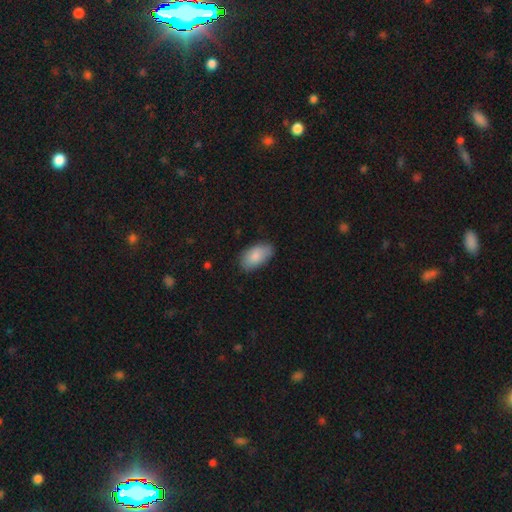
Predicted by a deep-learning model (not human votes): The model was most divided on "merging": none: 79%, minor disturbance: 17%, major disturbance: 3%, merger: 1%. More confident: how rounded — in between (94%); smooth or featured — smooth (84%).